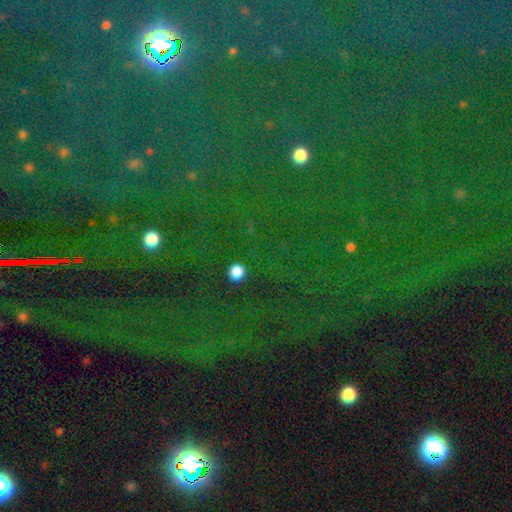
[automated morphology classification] smooth_or_featured: star or artifact (p=0.83) [alt: smooth p=0.10]